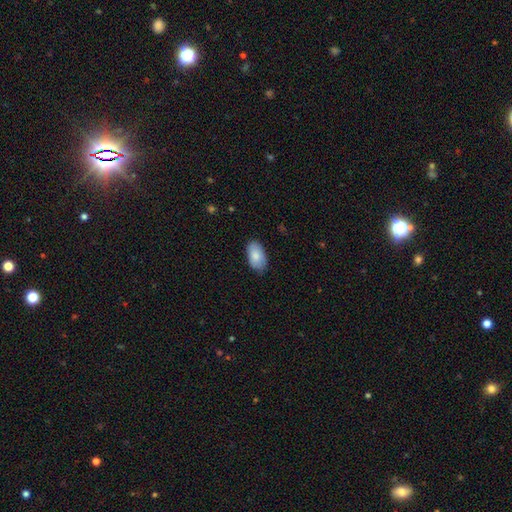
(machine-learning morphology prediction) smooth-or-featured: smooth: 84% | featured or disk: 10% | star or artifact: 6%
  how-rounded: in between: 94% | round: 4% | cigar-shaped: 2%
  merging: none: 83% | minor disturbance: 14% | major disturbance: 2% | merger: 1%